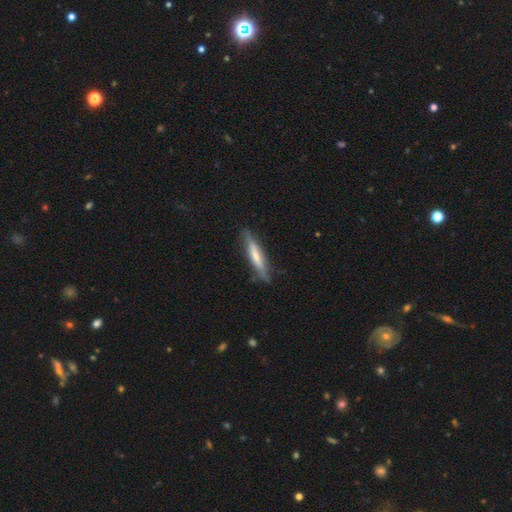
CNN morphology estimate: smooth 52%, featured or disk 43%, star or artifact 6%. Down the decision tree: how rounded — cigar-shaped (90%); merging — none (79%).